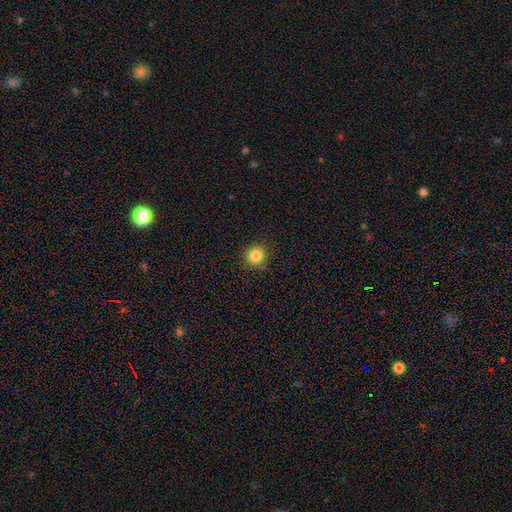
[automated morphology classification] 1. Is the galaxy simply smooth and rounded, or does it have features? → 85% smooth, 11% star or artifact, 5% featured or disk.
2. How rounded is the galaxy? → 91% round, 8% in between, 1% cigar-shaped.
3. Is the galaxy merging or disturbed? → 88% none, 8% minor disturbance, 2% major disturbance, 1% merger.